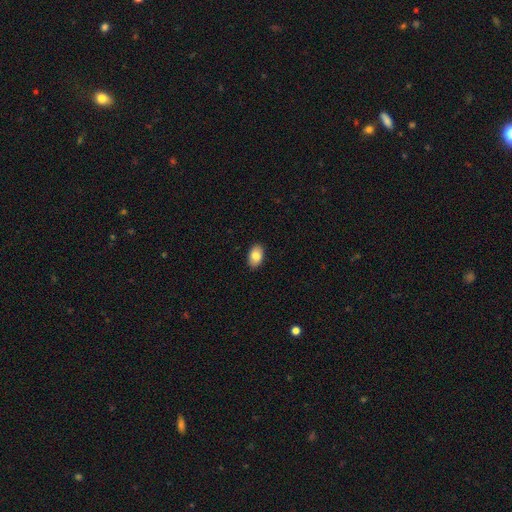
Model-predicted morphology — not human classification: Smooth or featured? Predicted: smooth (p=0.84). How rounded? Predicted: in between (p=0.91). Merging? Predicted: none (p=0.90).